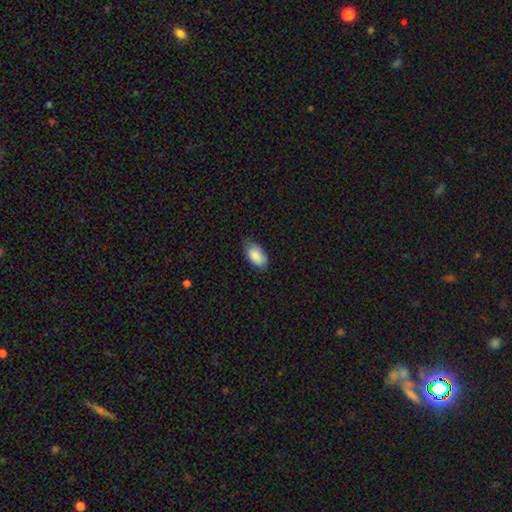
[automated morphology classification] Smooth or featured? smooth (88%)
How rounded? in between (94%)
Merging? none (67%)